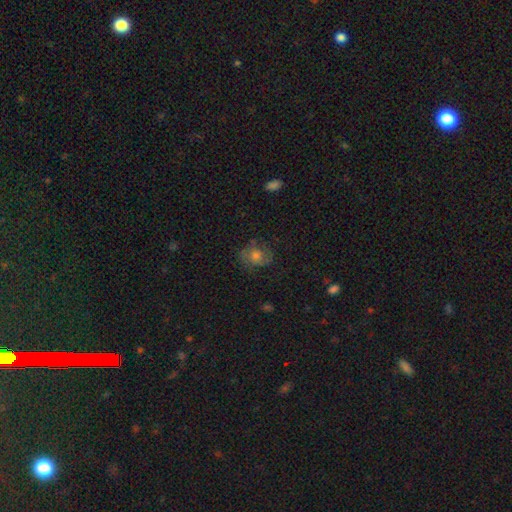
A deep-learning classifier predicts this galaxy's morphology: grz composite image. It shows a smooth galaxy with no disk features (53%) that is round (58%). Merging: none (66%).